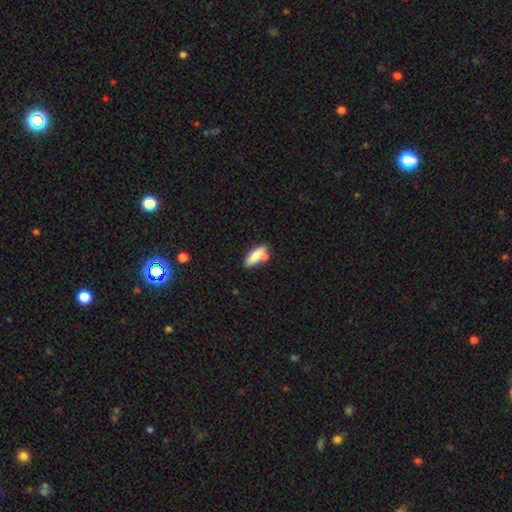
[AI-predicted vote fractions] Q: Smooth or featured?
A: smooth (74%); runner-up: featured or disk (19%)
Q: How rounded?
A: in between (55%); runner-up: cigar-shaped (43%)
Q: Merging?
A: none (59%); runner-up: merger (21%)